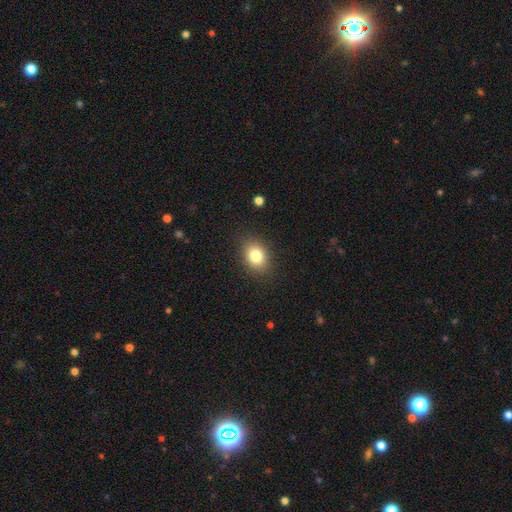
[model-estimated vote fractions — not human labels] Smooth or featured? Predicted: smooth (p=0.81). How rounded? Predicted: in between (p=0.59). Merging? Predicted: none (p=0.86).